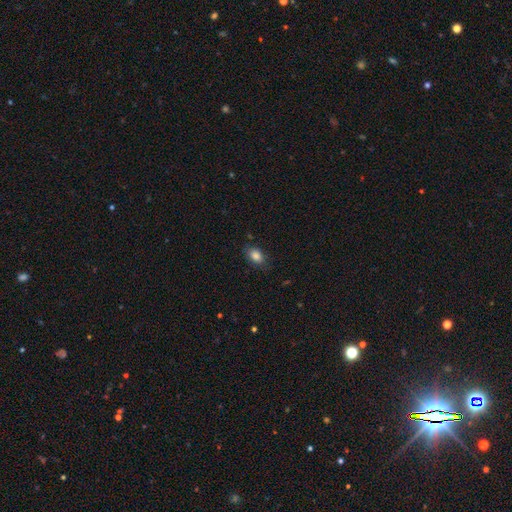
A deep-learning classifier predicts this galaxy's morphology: Smooth or featured? smooth (85%)
How rounded? in between (82%)
Merging? none (79%)